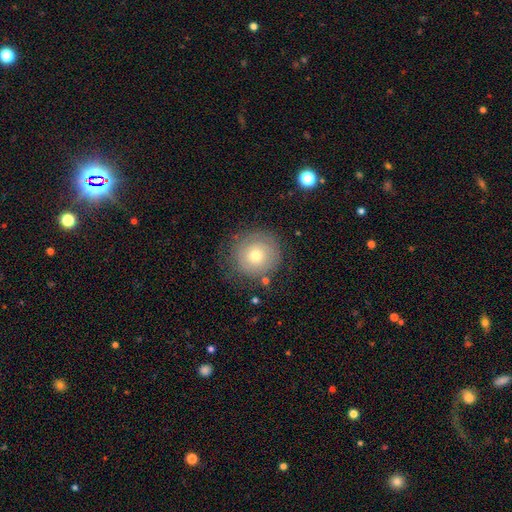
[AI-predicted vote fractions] Q: Smooth or featured?
A: smooth (56%); runner-up: featured or disk (34%)
Q: How rounded?
A: round (93%); runner-up: in between (6%)
Q: Merging?
A: none (79%); runner-up: minor disturbance (14%)